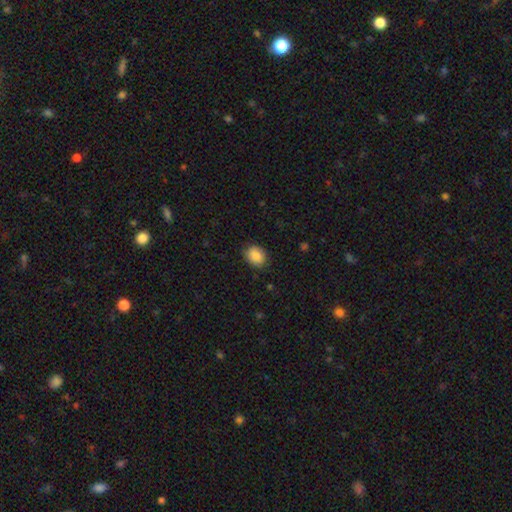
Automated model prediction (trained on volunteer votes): smooth 86%, star or artifact 8%, featured or disk 7%. Down the decision tree: how rounded — in between (55%); merging — none (81%).